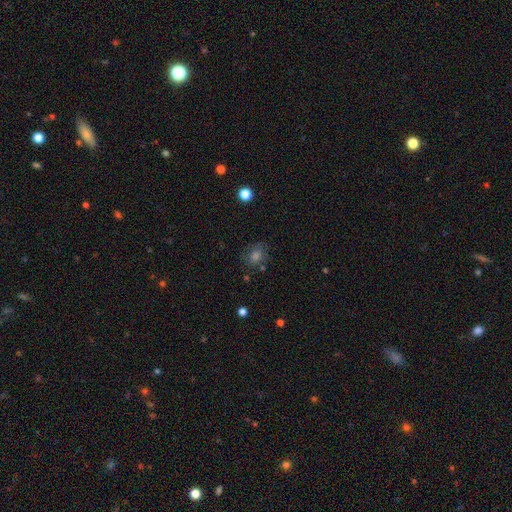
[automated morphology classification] A smooth galaxy with no disk features (58%) that is round (59%). Merging: none (74%).